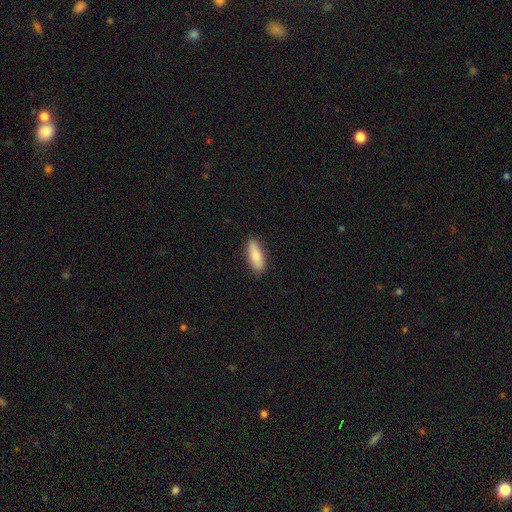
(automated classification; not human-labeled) A smooth galaxy with no disk features (79%) that is in between round and cigar-shaped (64%). Merging: none (88%).